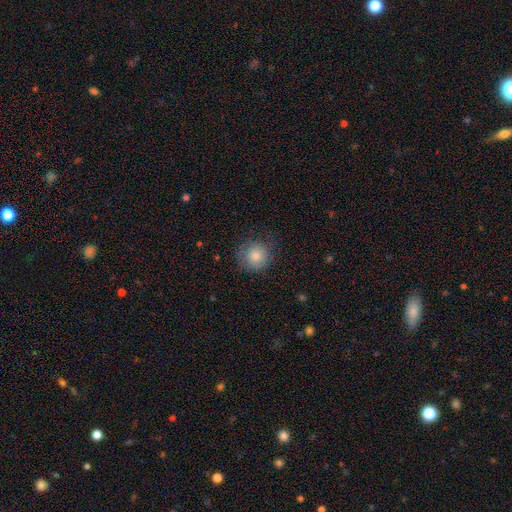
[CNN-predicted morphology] Smooth or featured? Predicted: smooth (p=0.82). How rounded? Predicted: round (p=0.92). Merging? Predicted: none (p=0.78).